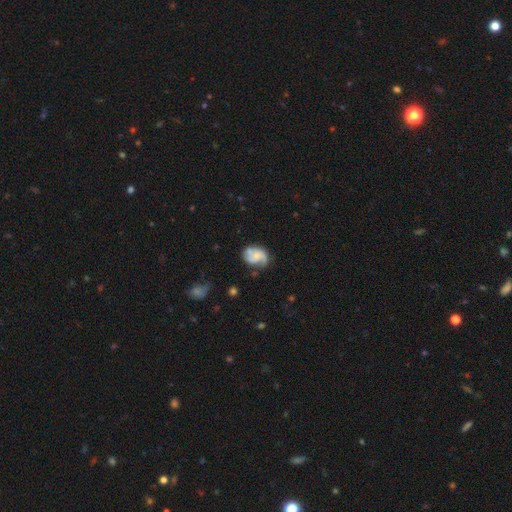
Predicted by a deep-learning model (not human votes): smooth_or_featured: featured or disk (p=0.67) [alt: smooth p=0.27]
disk_edge_on: no (p=0.97) [alt: yes p=0.03]
bar: no (p=0.70) [alt: weak p=0.26]
has_spiral_arms: yes (p=0.89) [alt: no p=0.11]
spiral_winding: medium (p=0.43) [alt: tight p=0.33]
spiral_arm_count: 2 (p=0.59) [alt: can't tell p=0.14]
bulge_size: small (p=0.55) [alt: moderate p=0.30]
merging: none (p=0.56) [alt: minor disturbance p=0.27]